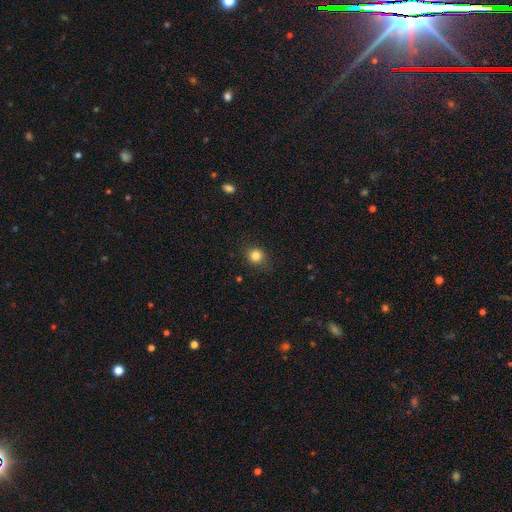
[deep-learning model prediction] smooth-or-featured: smooth: 82% | star or artifact: 12% | featured or disk: 6%
  how-rounded: round: 86% | in between: 13% | cigar-shaped: 1%
  merging: none: 82% | minor disturbance: 13% | major disturbance: 4% | merger: 1%